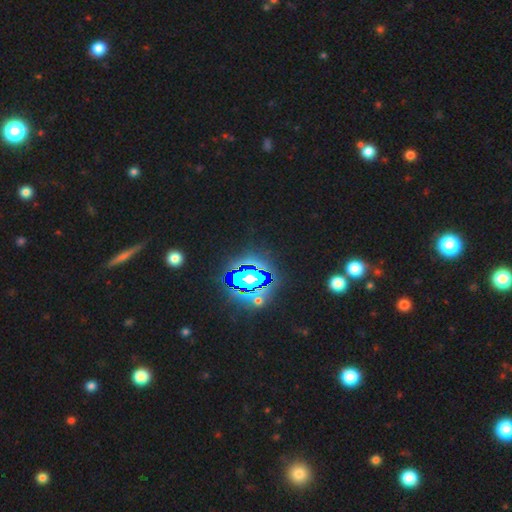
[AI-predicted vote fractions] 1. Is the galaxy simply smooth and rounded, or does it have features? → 80% star or artifact, 12% smooth, 7% featured or disk.